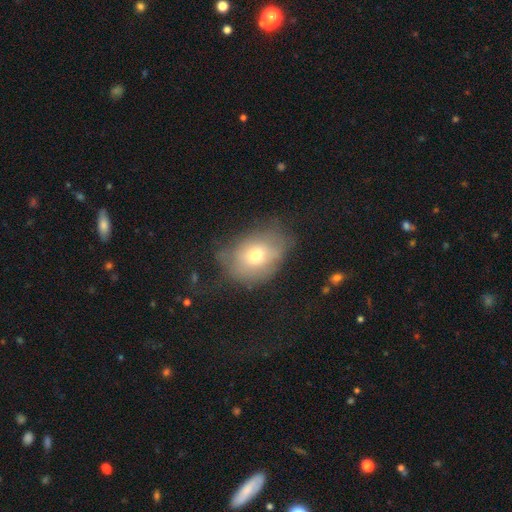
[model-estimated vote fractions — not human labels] Smooth or featured?
  - smooth: 65% *
  - featured or disk: 24%
  - star or artifact: 12%
How rounded?
  - in between: 62% *
  - round: 36%
  - cigar-shaped: 1%
Merging?
  - none: 49% *
  - minor disturbance: 29%
  - major disturbance: 20%
  - merger: 2%